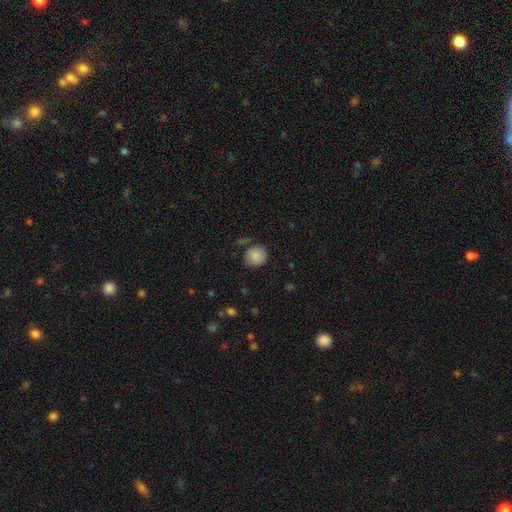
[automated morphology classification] Smooth or featured: smooth — 84% (featured or disk — 8%)
How rounded: round — 85% (in between — 14%)
Merging: none — 76% (minor disturbance — 17%)